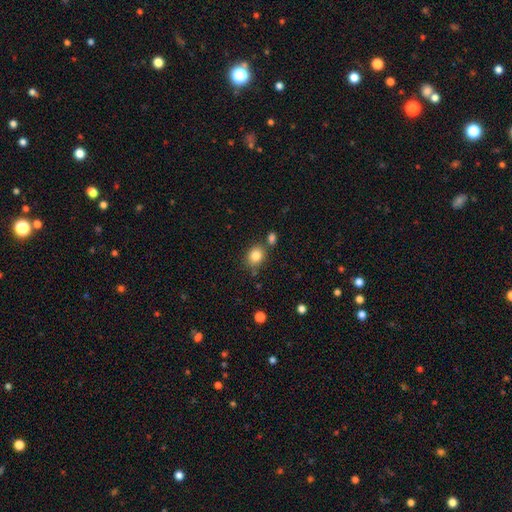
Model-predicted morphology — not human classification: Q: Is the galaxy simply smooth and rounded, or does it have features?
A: smooth — 83%.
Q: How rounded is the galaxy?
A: round — 61%.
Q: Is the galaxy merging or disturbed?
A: none — 72%.